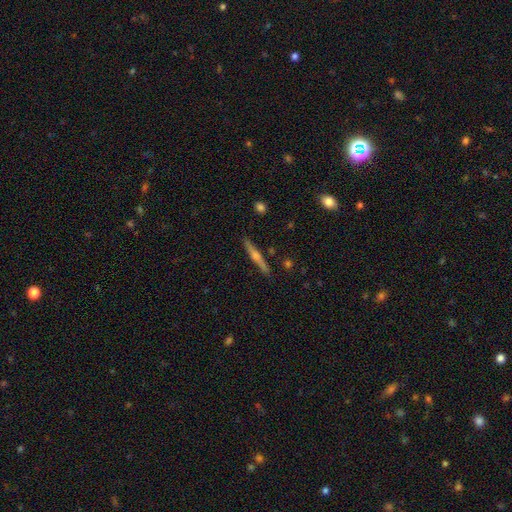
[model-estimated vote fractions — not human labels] smooth_or_featured: featured or disk (p=0.66) [alt: smooth p=0.27]
disk_edge_on: yes (p=0.98) [alt: no p=0.02]
edge_on_bulge: rounded (p=0.82) [alt: none p=0.11]
merging: none (p=0.89) [alt: minor disturbance p=0.08]